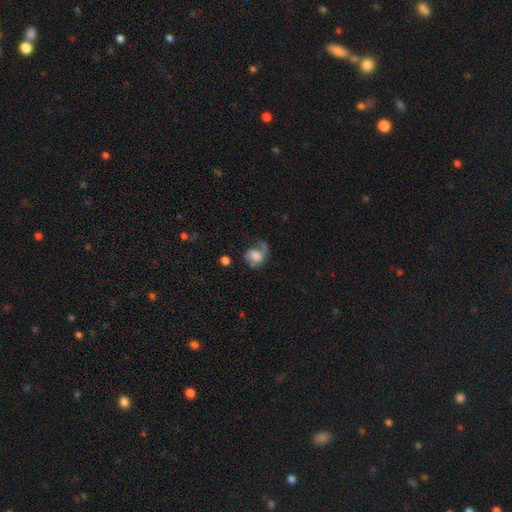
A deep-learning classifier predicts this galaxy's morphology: A featured or disk galaxy (49%).

Vote fractions:
- Smooth or featured? featured or disk: 49% / smooth: 42% / star or artifact: 9%
- Merging? none: 39% / major disturbance: 32% / minor disturbance: 24% / merger: 5%